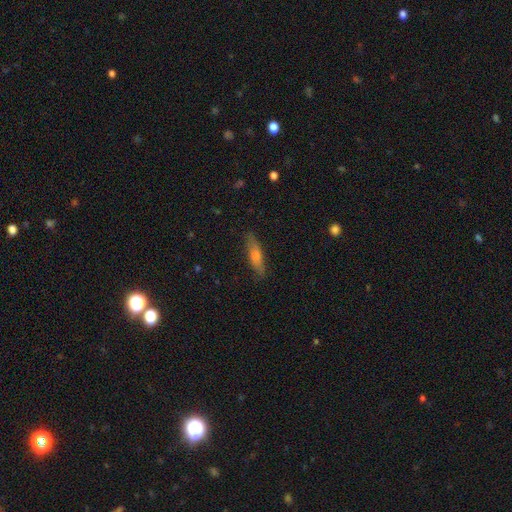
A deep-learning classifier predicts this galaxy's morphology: This is likely a smooth galaxy (64%). How rounded: likely cigar-shaped (72%). Merging: clearly none (84%).